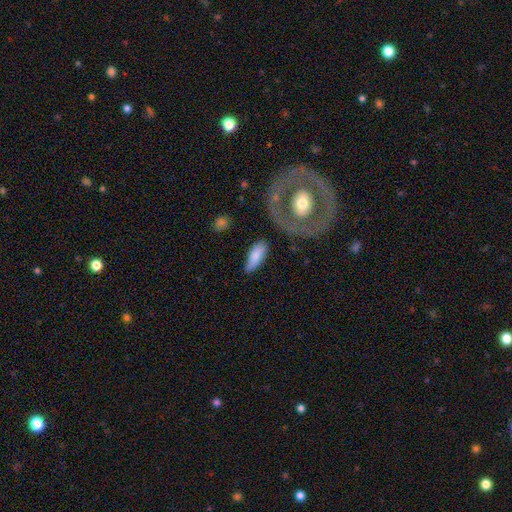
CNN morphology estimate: Smooth or featured? smooth (75%)
How rounded? in between (67%)
Merging? none (71%)